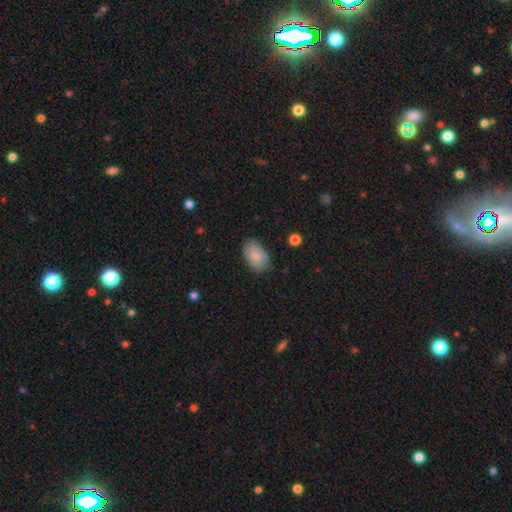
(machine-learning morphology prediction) Q: Smooth or featured?
A: smooth (77%); runner-up: featured or disk (16%)
Q: How rounded?
A: in between (90%); runner-up: round (9%)
Q: Merging?
A: none (79%); runner-up: minor disturbance (17%)